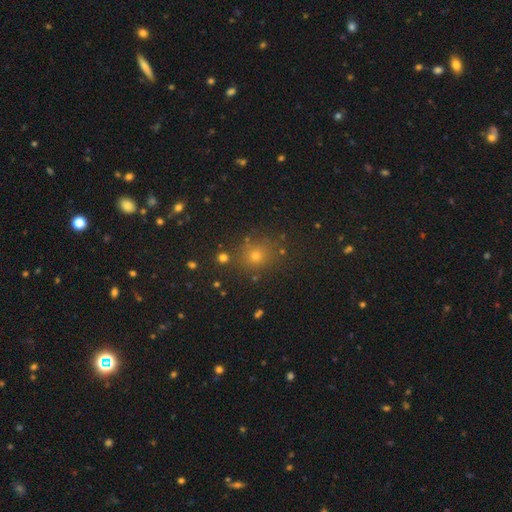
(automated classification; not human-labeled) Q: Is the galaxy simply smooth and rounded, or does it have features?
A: smooth — 65%.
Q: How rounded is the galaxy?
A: round — 83%.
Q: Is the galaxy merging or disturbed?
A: none — 81%.